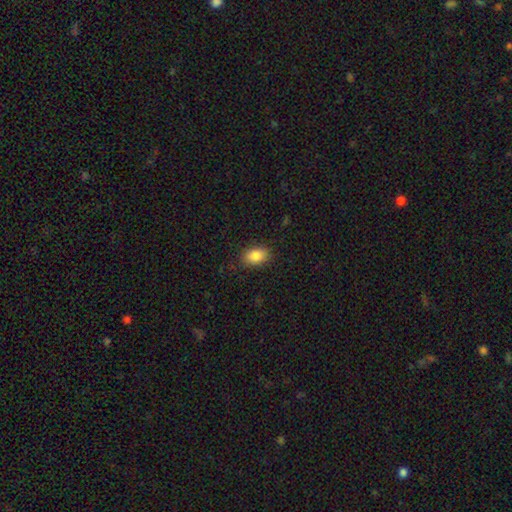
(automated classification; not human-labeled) Overall: smooth (86%). How rounded: in between (87%). Merging: none (86%).